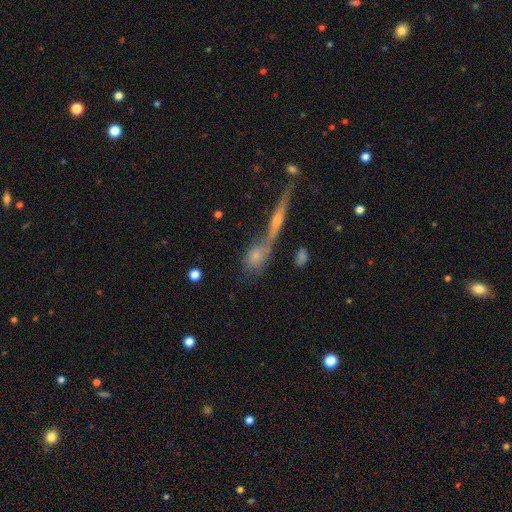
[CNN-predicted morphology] Smooth or featured? Predicted: smooth (p=0.66). How rounded? Predicted: in between (p=0.65). Merging? Predicted: merger (p=0.45).